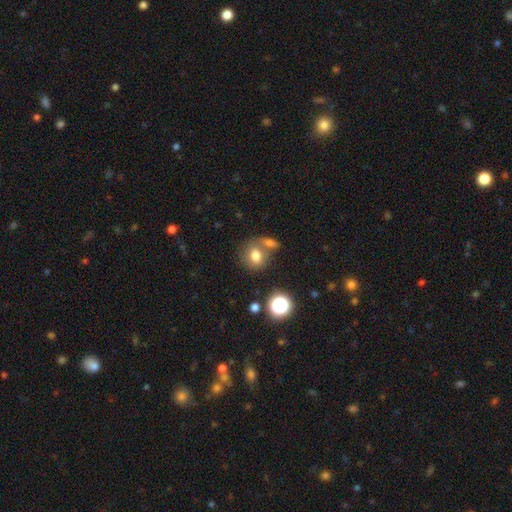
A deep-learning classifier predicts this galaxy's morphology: Overall: smooth (75%). How rounded: round (70%). Merging: none (52%; merger 30%).